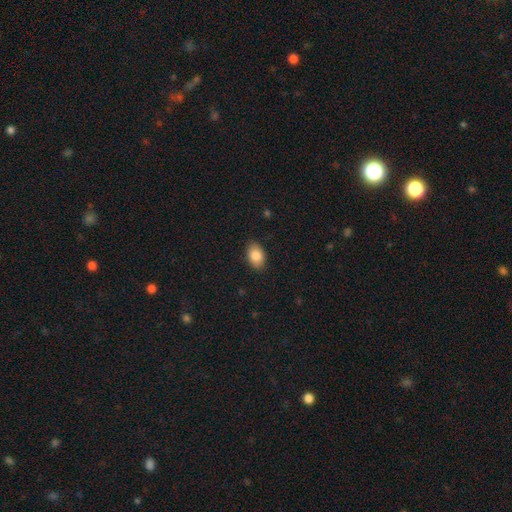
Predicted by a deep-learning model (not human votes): A smooth galaxy with no disk features (85%) that is in between round and cigar-shaped (88%). Merging: none (87%).